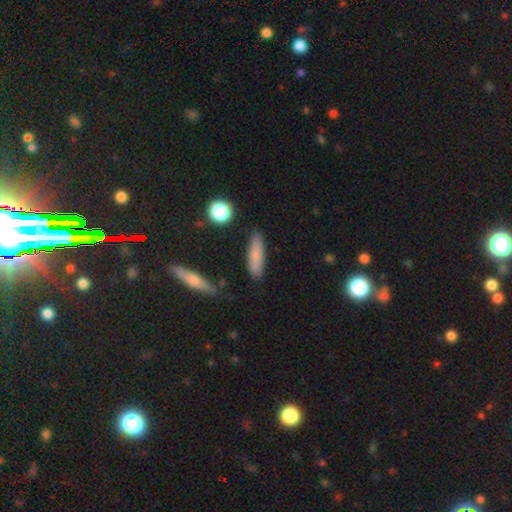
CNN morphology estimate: The model was most divided on "how rounded": cigar-shaped: 58%, in between: 39%, round: 2%. More confident: merging — none (81%); smooth or featured — smooth (76%).